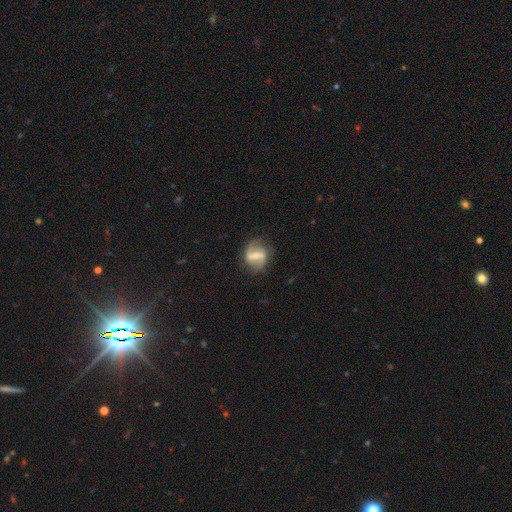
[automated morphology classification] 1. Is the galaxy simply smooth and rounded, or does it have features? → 73% featured or disk, 20% smooth, 7% star or artifact.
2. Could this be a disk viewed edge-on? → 96% no, 4% yes.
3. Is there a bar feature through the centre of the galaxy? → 49% strong, 39% weak, 12% no.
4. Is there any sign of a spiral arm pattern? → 83% yes, 17% no.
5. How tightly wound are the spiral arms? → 51% loose, 35% medium, 14% tight.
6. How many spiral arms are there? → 85% 2, 7% can't tell, 5% 1, 1% 3, 1% 4, 1% more than 4.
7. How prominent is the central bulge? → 51% small, 33% moderate, 11% none, 3% large, 1% dominant.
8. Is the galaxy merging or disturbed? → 73% none, 18% minor disturbance, 8% major disturbance, 2% merger.